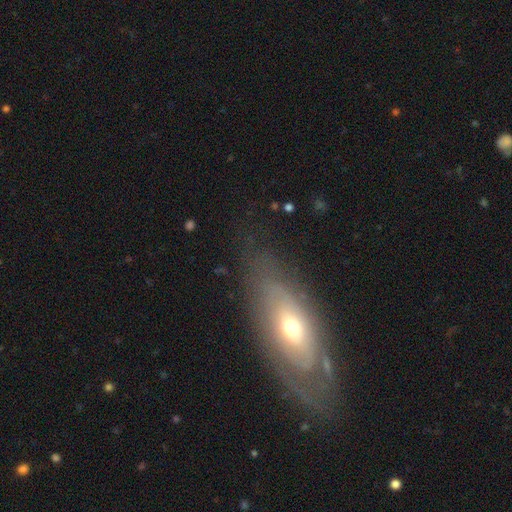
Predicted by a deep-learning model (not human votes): Smooth or featured? featured or disk (64%)
Edge-on disk? no (79%)
Bar? no (80%)
Spiral arms? no (52%)
Bulge size? moderate (58%)
Merging? none (71%)